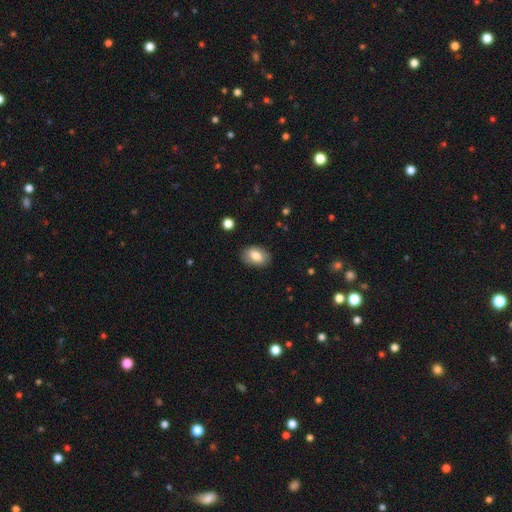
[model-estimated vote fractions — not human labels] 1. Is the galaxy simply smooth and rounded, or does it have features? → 75% smooth, 18% featured or disk, 7% star or artifact.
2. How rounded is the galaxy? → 87% in between, 12% round, 1% cigar-shaped.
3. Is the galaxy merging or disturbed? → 84% none, 12% minor disturbance, 3% major disturbance, 1% merger.